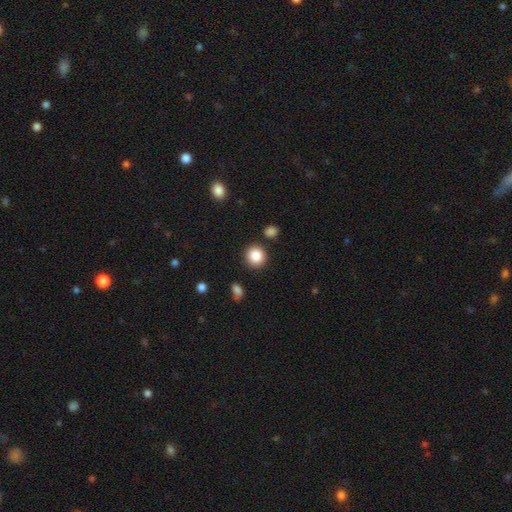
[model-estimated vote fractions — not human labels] A smooth galaxy with no disk features (87%) that is round (87%). Merging: none (85%).